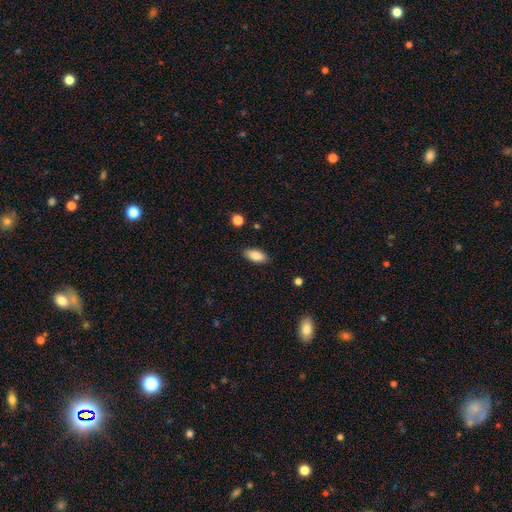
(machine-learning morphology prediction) Smooth or featured: smooth — 84% (featured or disk — 9%)
How rounded: in between — 88% (cigar-shaped — 9%)
Merging: none — 87% (minor disturbance — 10%)